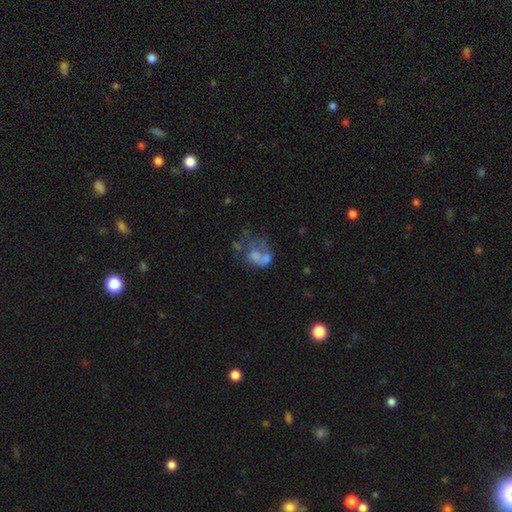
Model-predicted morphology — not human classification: type=smooth (45%); merging=merger (37%).